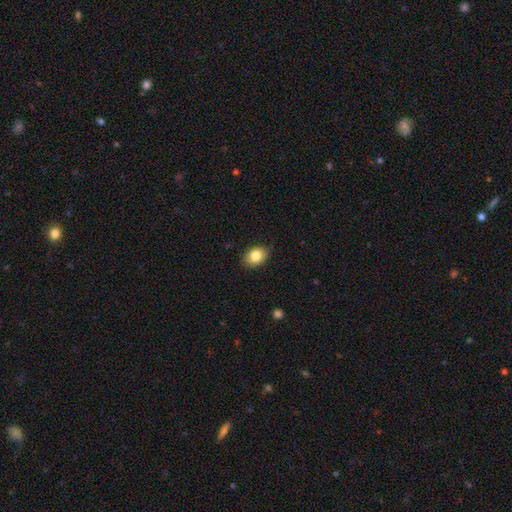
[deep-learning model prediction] Smooth or featured: smooth — 84% (featured or disk — 8%)
How rounded: in between — 76% (round — 23%)
Merging: none — 88% (minor disturbance — 9%)